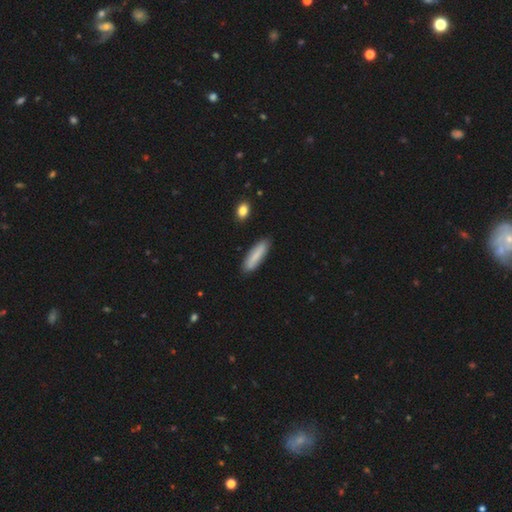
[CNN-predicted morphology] The model was most divided on "how rounded": cigar-shaped: 69%, in between: 30%, round: 1%. More confident: merging — none (86%); smooth or featured — smooth (79%).